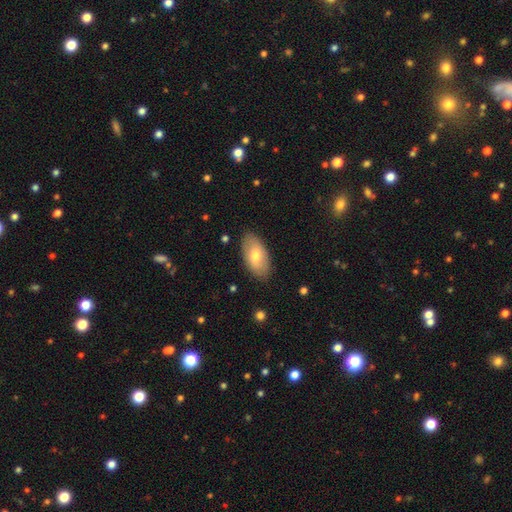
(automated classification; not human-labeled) Q: Smooth or featured?
A: smooth (67%); runner-up: featured or disk (27%)
Q: How rounded?
A: in between (94%); runner-up: round (3%)
Q: Merging?
A: none (85%); runner-up: minor disturbance (11%)